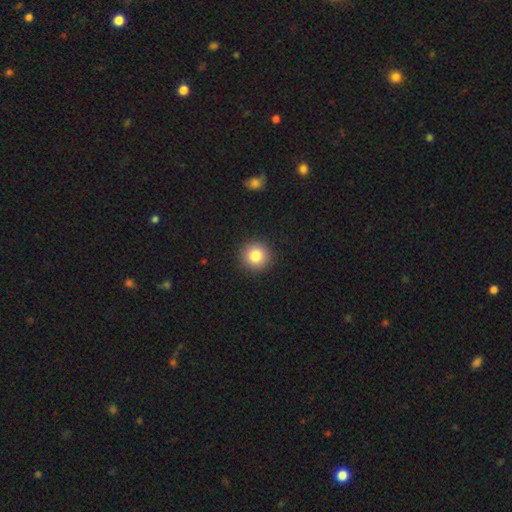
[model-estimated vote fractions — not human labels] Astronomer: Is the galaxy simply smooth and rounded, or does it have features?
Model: smooth — 84%.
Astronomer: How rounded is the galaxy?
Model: round — 94%.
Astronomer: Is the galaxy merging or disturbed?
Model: none — 92%.